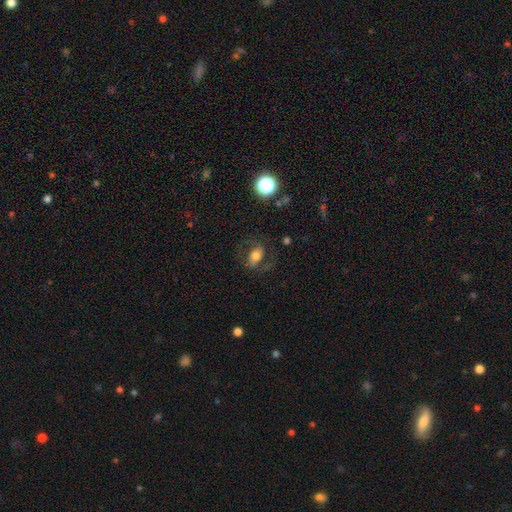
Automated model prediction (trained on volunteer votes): Smooth or featured? smooth (50%)
How rounded? in between (82%)
Merging? none (67%)